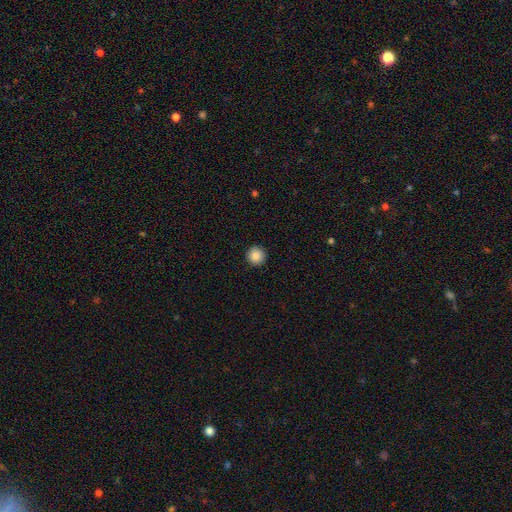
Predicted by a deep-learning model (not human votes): This is clearly a smooth galaxy (87%). How rounded: clearly round (96%). Merging: clearly none (93%).